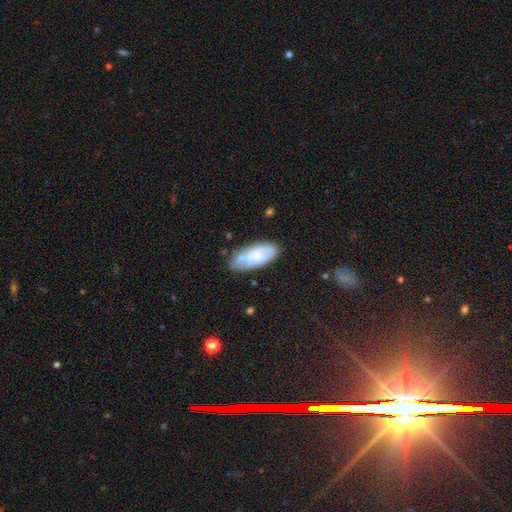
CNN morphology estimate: This is likely a smooth galaxy (66%). How rounded: clearly in between (84%). Merging: likely none (71%).